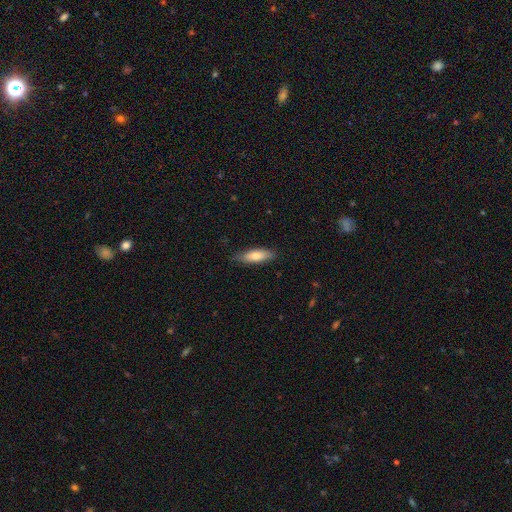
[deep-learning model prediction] smooth 76%, featured or disk 18%, star or artifact 6%. Down the decision tree: how rounded — in between (53%); merging — none (81%).